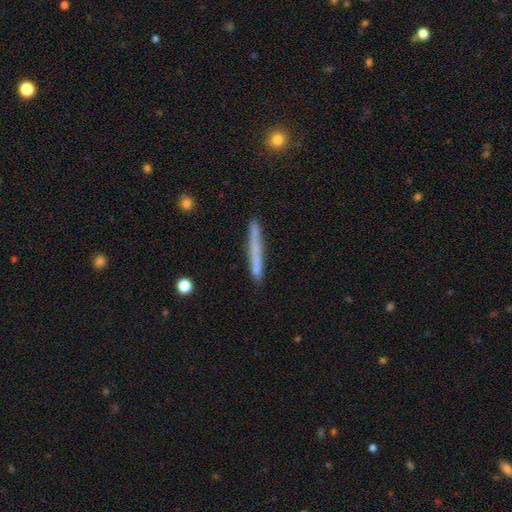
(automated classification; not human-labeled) Q: Smooth or featured?
A: smooth (61%); runner-up: featured or disk (33%)
Q: How rounded?
A: cigar-shaped (97%); runner-up: in between (2%)
Q: Merging?
A: none (87%); runner-up: minor disturbance (9%)